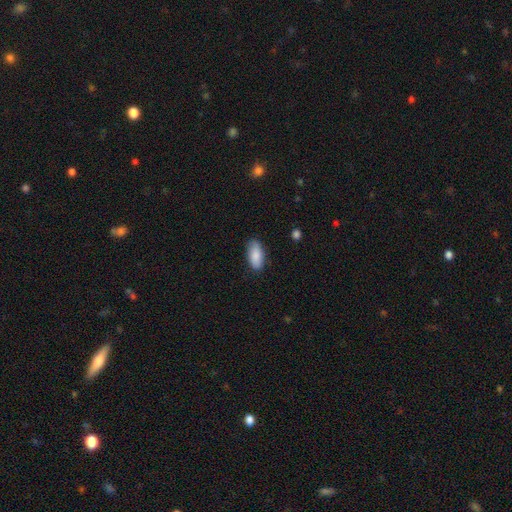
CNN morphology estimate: Q: Smooth or featured?
A: smooth (87%); runner-up: featured or disk (7%)
Q: How rounded?
A: in between (89%); runner-up: cigar-shaped (9%)
Q: Merging?
A: none (83%); runner-up: minor disturbance (13%)